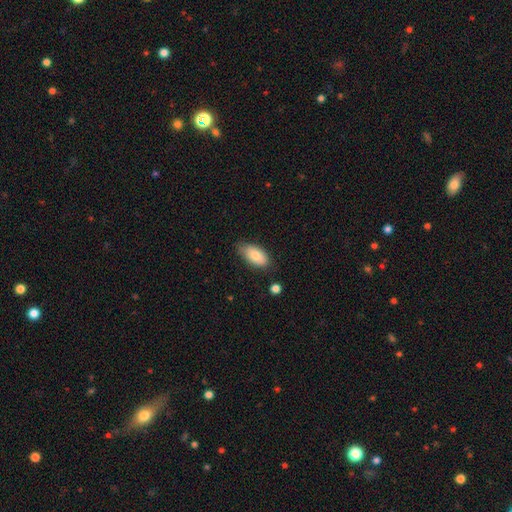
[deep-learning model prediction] smooth_or_featured: smooth (p=0.80) [alt: featured or disk p=0.13]
how_rounded: in between (p=0.93) [alt: cigar-shaped p=0.04]
merging: none (p=0.70) [alt: minor disturbance p=0.23]